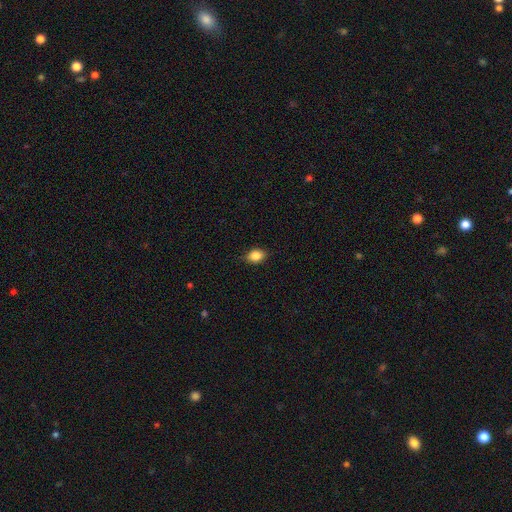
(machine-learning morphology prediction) smooth_or_featured: smooth (p=0.85) [alt: star or artifact p=0.09]
how_rounded: in between (p=0.64) [alt: round p=0.35]
merging: none (p=0.80) [alt: minor disturbance p=0.16]